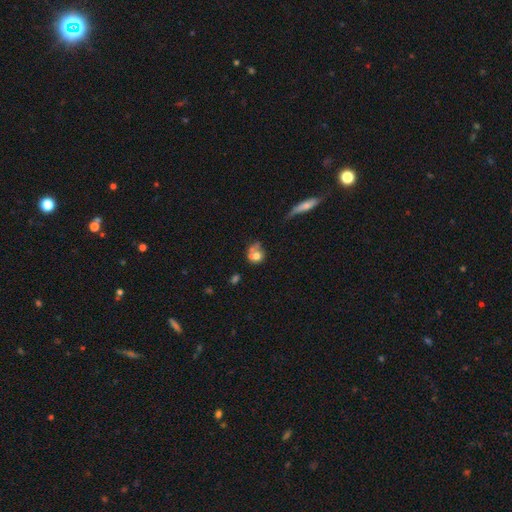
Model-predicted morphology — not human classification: type=smooth (63%); roundness=round (60%); merging=merger (47%).